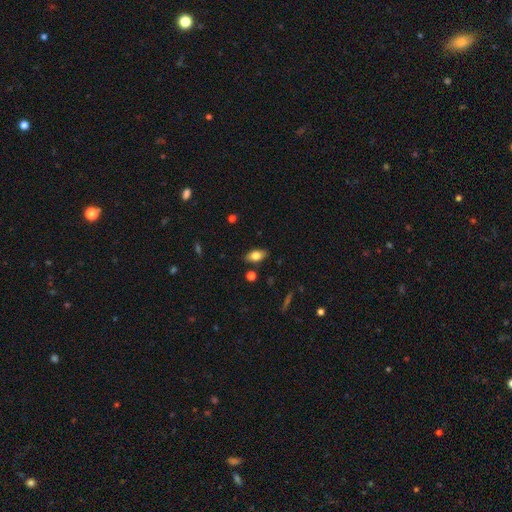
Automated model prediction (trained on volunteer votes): Morphology: type=smooth (76%); roundness=in between (89%); merging=none (85%).